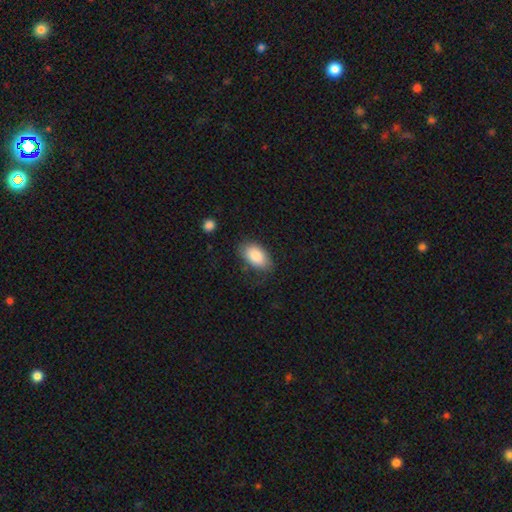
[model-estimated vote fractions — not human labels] This is clearly a smooth galaxy (85%). How rounded: clearly in between (93%). Merging: likely none (73%).